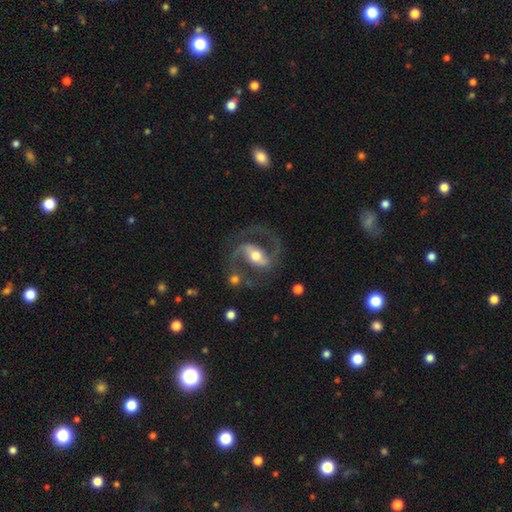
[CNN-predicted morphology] The model was most divided on "bar": strong: 51%, weak: 33%, no: 16%. More confident: edge-on disk — no (97%); spiral arms — yes (96%); spiral arm count — 2 (93%); smooth or featured — featured or disk (89%); merging — none (71%); bulge size — moderate (71%); spiral winding — medium (62%).